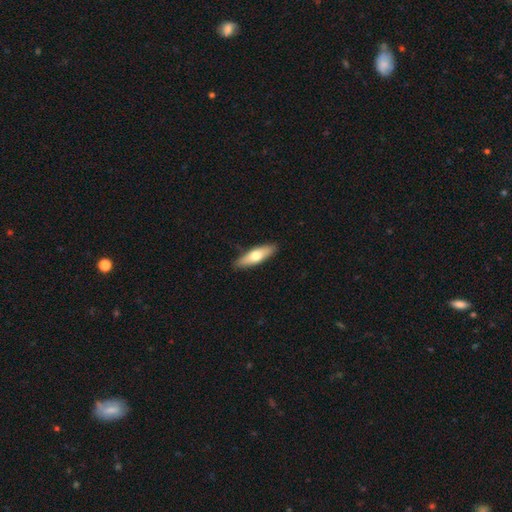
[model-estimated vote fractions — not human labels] Q: Smooth or featured?
A: smooth (63%); runner-up: featured or disk (32%)
Q: How rounded?
A: cigar-shaped (55%); runner-up: in between (43%)
Q: Merging?
A: none (88%); runner-up: minor disturbance (9%)